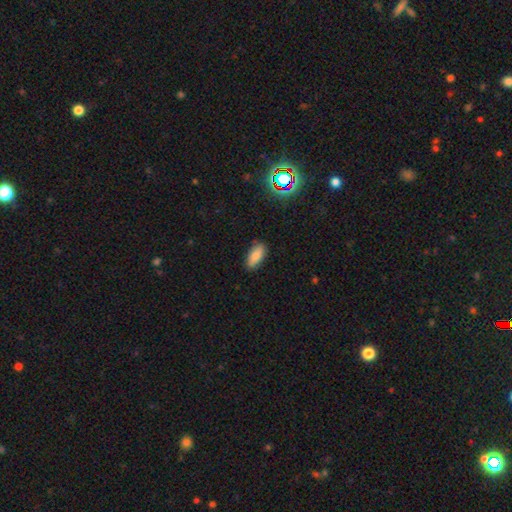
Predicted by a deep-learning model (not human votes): This is clearly a smooth galaxy (81%). How rounded: clearly in between (84%). Merging: clearly none (82%).